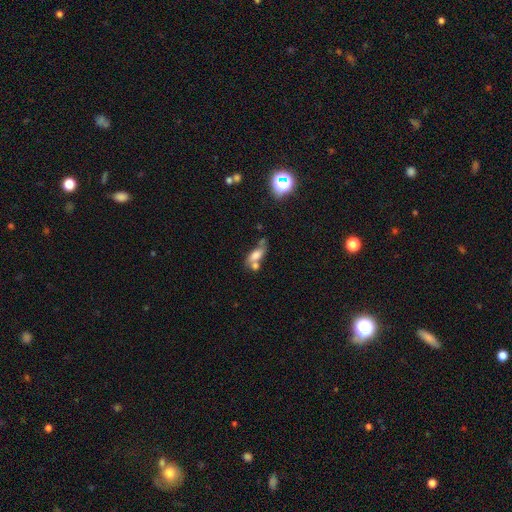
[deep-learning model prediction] Smooth or featured? smooth (63%)
How rounded? in between (75%)
Merging? merger (41%)